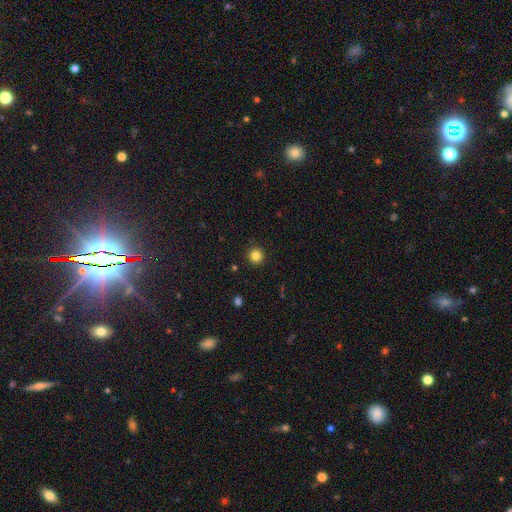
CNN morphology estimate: Smooth or featured? Predicted: smooth (p=0.83). How rounded? Predicted: round (p=0.95). Merging? Predicted: none (p=0.92).